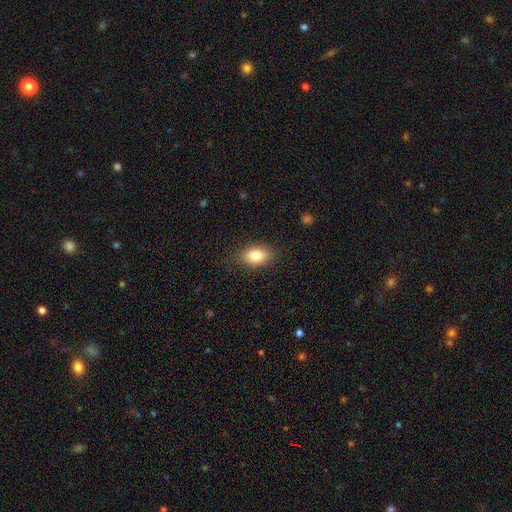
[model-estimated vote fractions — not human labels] Smooth or featured: smooth — 82% (featured or disk — 9%)
How rounded: in between — 79% (round — 20%)
Merging: none — 85% (minor disturbance — 11%)